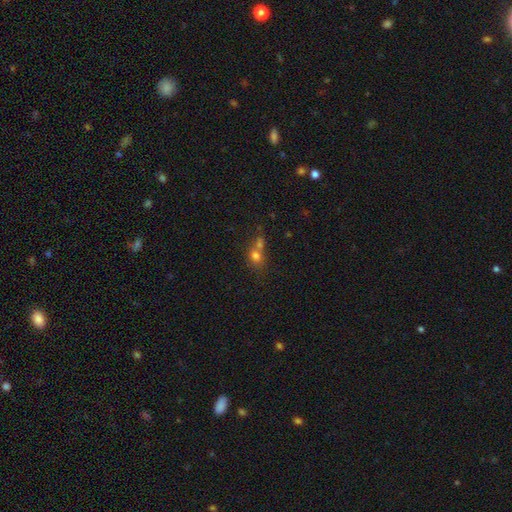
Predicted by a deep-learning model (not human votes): This appears to be a smooth galaxy with no disk features (71%) that is round (60%). Merging: merger (56%).